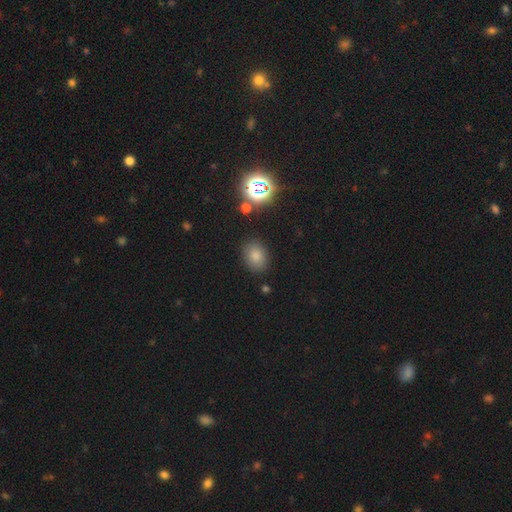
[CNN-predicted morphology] Smooth or featured?
  - smooth: 78% *
  - star or artifact: 15%
  - featured or disk: 7%
How rounded?
  - in between: 63% *
  - round: 36%
  - cigar-shaped: 1%
Merging?
  - none: 85% *
  - minor disturbance: 10%
  - major disturbance: 3%
  - merger: 2%